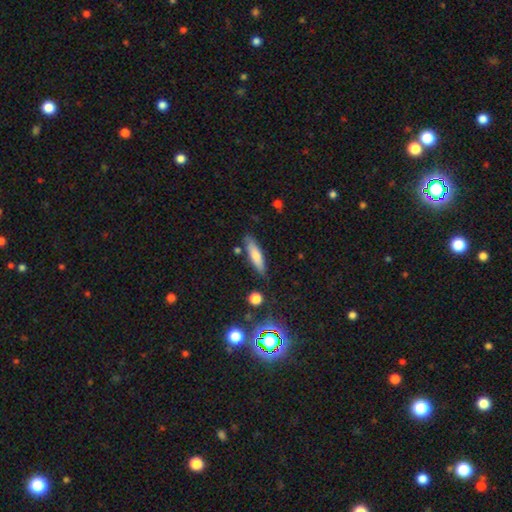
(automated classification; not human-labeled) Smooth or featured?
  - smooth: 69% *
  - featured or disk: 22%
  - star or artifact: 9%
How rounded?
  - cigar-shaped: 72% *
  - in between: 26%
  - round: 2%
Merging?
  - none: 81% *
  - minor disturbance: 13%
  - merger: 4%
  - major disturbance: 3%